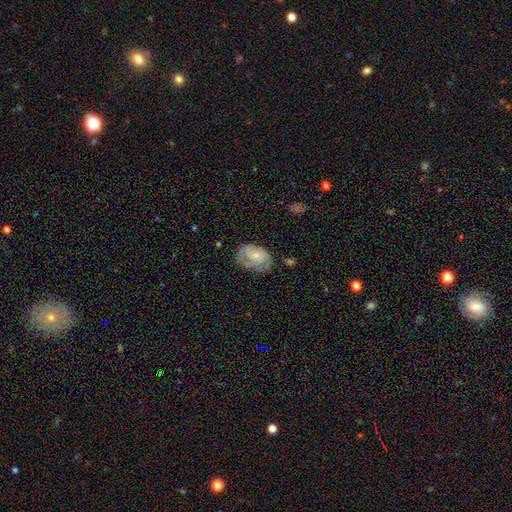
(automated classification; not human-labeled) Smooth or featured: featured or disk — 51% (smooth — 42%)
Edge-on disk: no — 96% (yes — 4%)
Merging: none — 58% (minor disturbance — 28%)